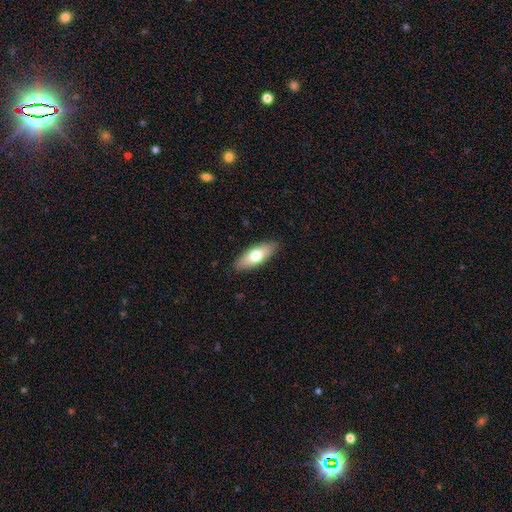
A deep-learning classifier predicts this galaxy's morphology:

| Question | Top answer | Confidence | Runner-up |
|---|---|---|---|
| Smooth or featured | smooth | 68% | featured or disk (26%) |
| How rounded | in between | 71% | cigar-shaped (27%) |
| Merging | none | 88% | minor disturbance (9%) |